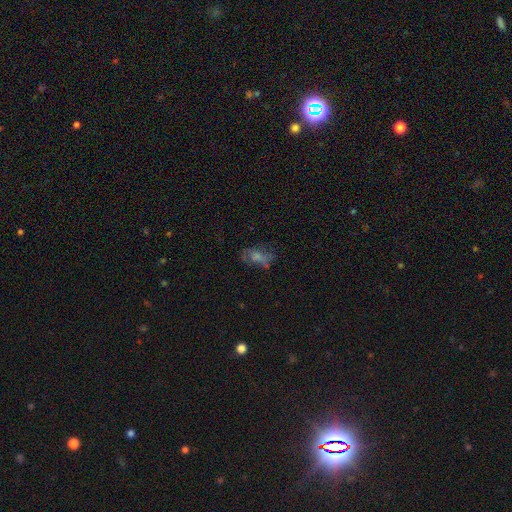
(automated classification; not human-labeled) This is marginally a smooth galaxy (40%). Merging: possibly none (59%).